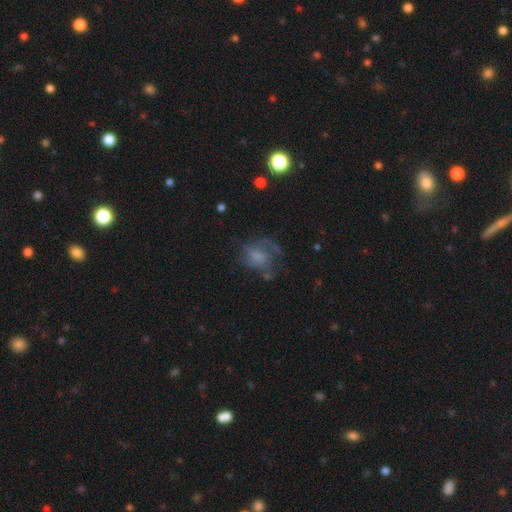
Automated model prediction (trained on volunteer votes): Q: Smooth or featured?
A: featured or disk (56%); runner-up: smooth (32%)
Q: Edge-on disk?
A: no (97%); runner-up: yes (3%)
Q: Bar?
A: no (63%); runner-up: weak (32%)
Q: Spiral arms?
A: yes (73%); runner-up: no (27%)
Q: Bulge size?
A: none (33%); runner-up: moderate (28%)
Q: Merging?
A: none (43%); runner-up: major disturbance (32%)